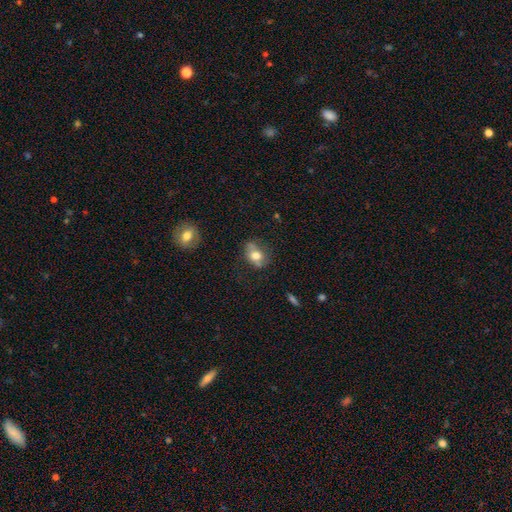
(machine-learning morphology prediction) This appears to be a smooth galaxy with no disk features (60%) that is in between round and cigar-shaped (68%). Merging: none (58%).